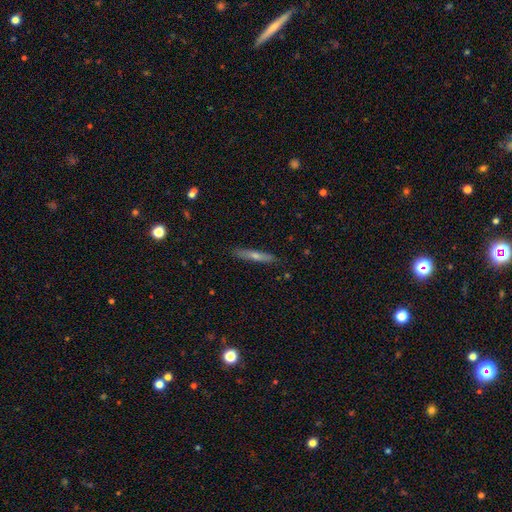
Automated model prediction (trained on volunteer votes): Smooth or featured? featured or disk (49%)
Merging? none (88%)